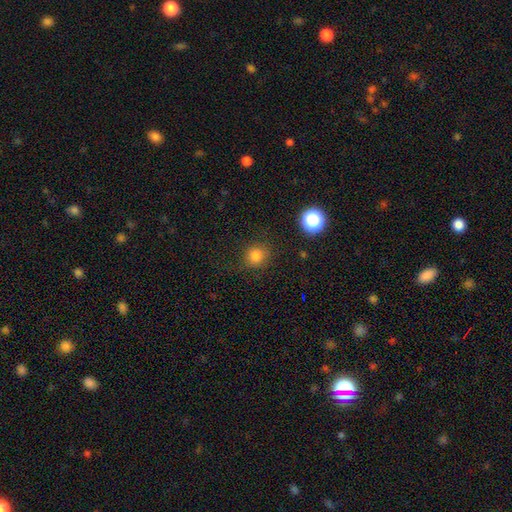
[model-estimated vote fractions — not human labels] Smooth or featured? smooth (81%)
How rounded? round (89%)
Merging? none (83%)